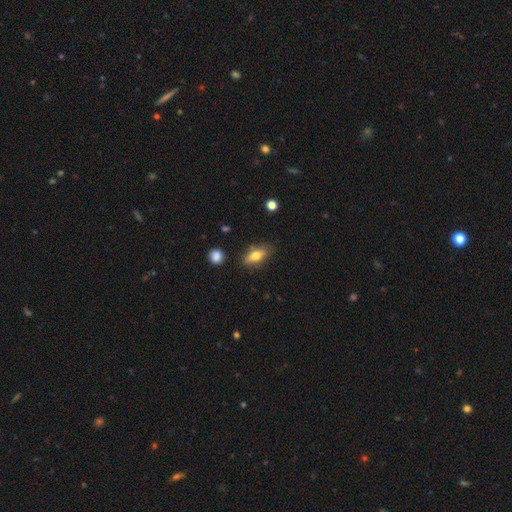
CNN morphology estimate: A smooth galaxy with no disk features (68%) that is in between round and cigar-shaped (73%).

Vote fractions:
- Smooth or featured? smooth: 68% / featured or disk: 25% / star or artifact: 7%
- How rounded? in between: 73% / cigar-shaped: 22% / round: 5%
- Merging? none: 81% / minor disturbance: 14% / major disturbance: 3% / merger: 2%